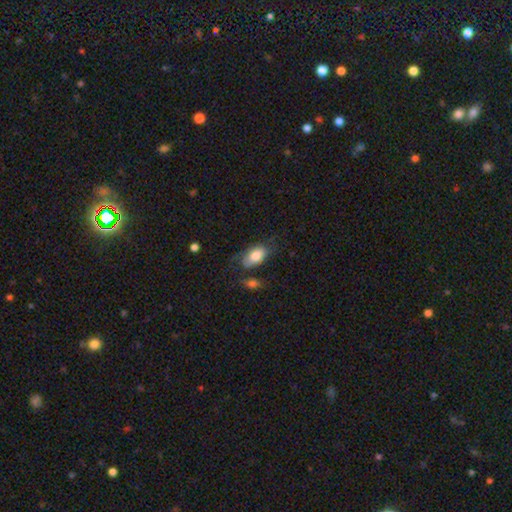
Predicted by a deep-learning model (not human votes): Smooth or featured? Predicted: smooth (p=0.76). How rounded? Predicted: in between (p=0.92). Merging? Predicted: none (p=0.48).